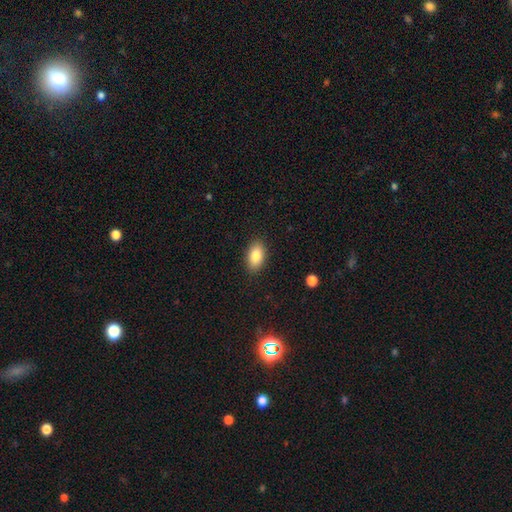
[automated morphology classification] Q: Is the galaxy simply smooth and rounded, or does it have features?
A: smooth — 84%.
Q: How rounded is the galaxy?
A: in between — 92%.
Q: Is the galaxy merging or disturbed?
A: none — 89%.